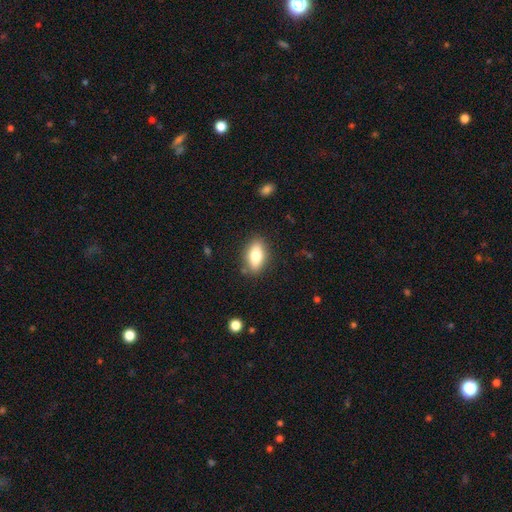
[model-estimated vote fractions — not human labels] Smooth or featured: smooth — 77% (featured or disk — 16%)
How rounded: in between — 84% (cigar-shaped — 12%)
Merging: none — 85% (minor disturbance — 11%)